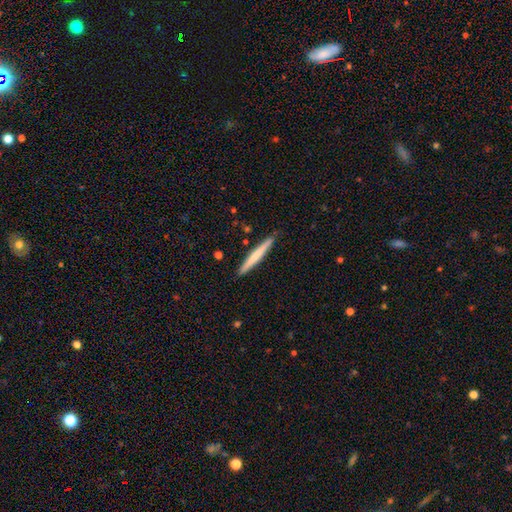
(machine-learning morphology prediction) This appears to be a smooth galaxy with no disk features (60%) that is cigar-shaped (97%). Merging: none (90%).